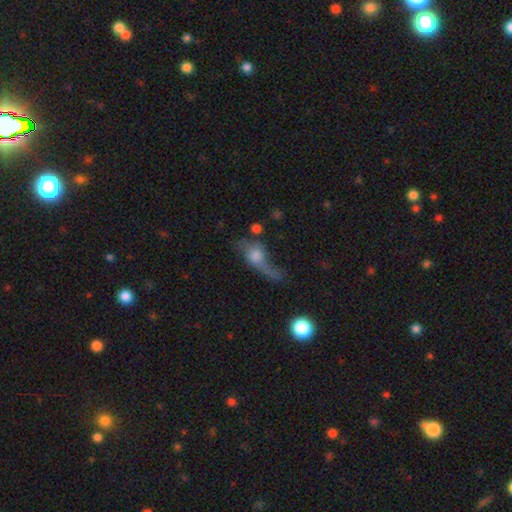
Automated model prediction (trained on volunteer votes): This appears to be a featured or disk galaxy (49%). Merging: major disturbance (40%).